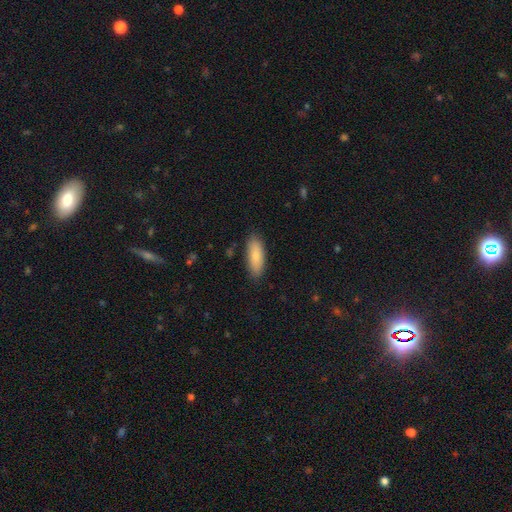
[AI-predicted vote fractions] Smooth or featured: smooth — 82% (featured or disk — 12%)
How rounded: in between — 71% (cigar-shaped — 27%)
Merging: none — 85% (minor disturbance — 11%)